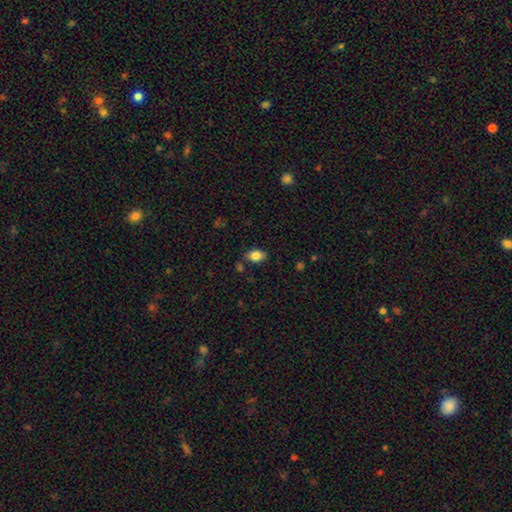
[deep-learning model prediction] This is clearly a smooth galaxy (83%). How rounded: clearly in between (87%). Merging: clearly none (81%).